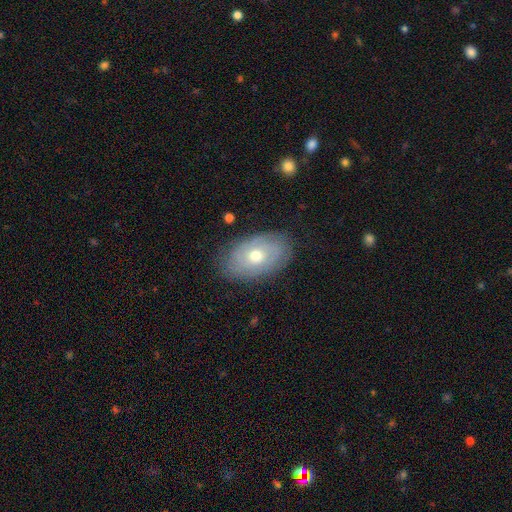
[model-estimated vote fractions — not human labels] Overall: featured or disk (54%; smooth 38%). Edge-on disk: no (91%). Merging: none (80%).